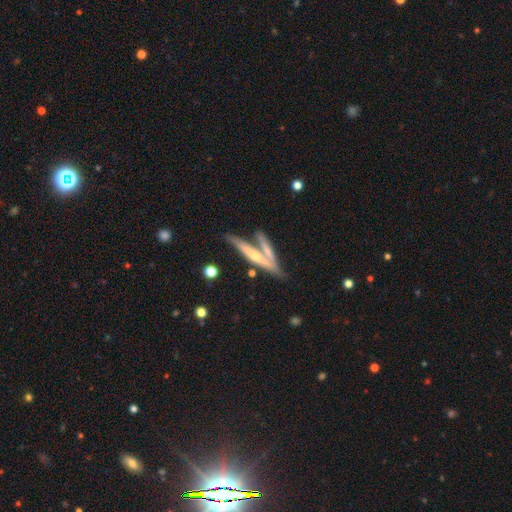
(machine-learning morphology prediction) Smooth or featured: featured or disk — 58% (smooth — 36%)
Edge-on disk: yes — 88% (no — 12%)
Edge-on bulge: rounded — 61% (none — 33%)
Merging: none — 46% (merger — 38%)